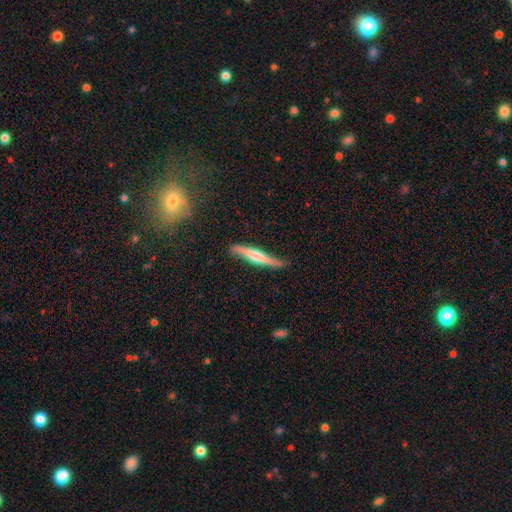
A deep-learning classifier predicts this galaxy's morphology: This appears to be a featured or disk galaxy (51%) viewed edge-on (82%). Merging: none (70%).